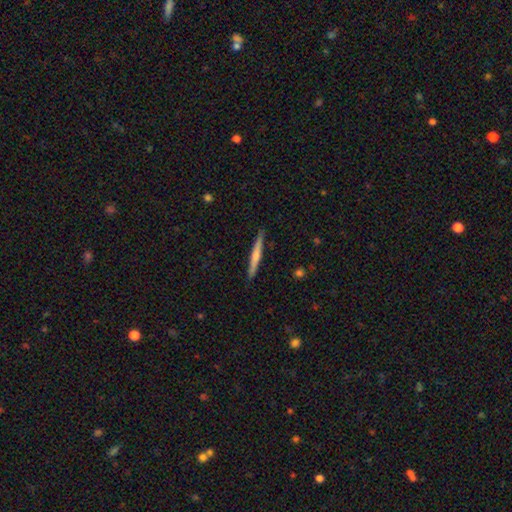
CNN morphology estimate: Smooth or featured? Predicted: smooth (p=0.54). How rounded? Predicted: cigar-shaped (p=0.96). Merging? Predicted: none (p=0.89).